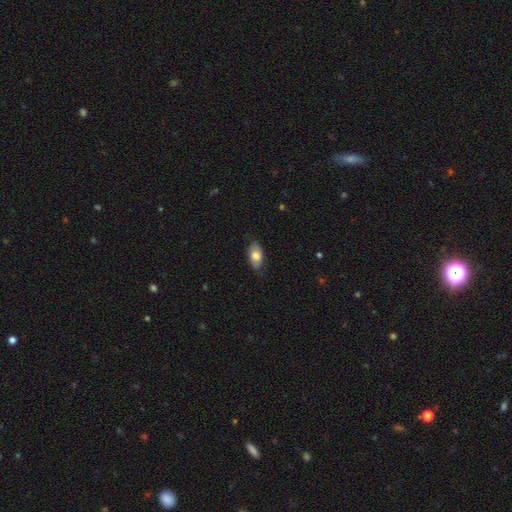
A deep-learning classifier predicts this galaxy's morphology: Overall: smooth (76%). How rounded: in between (91%). Merging: none (78%).